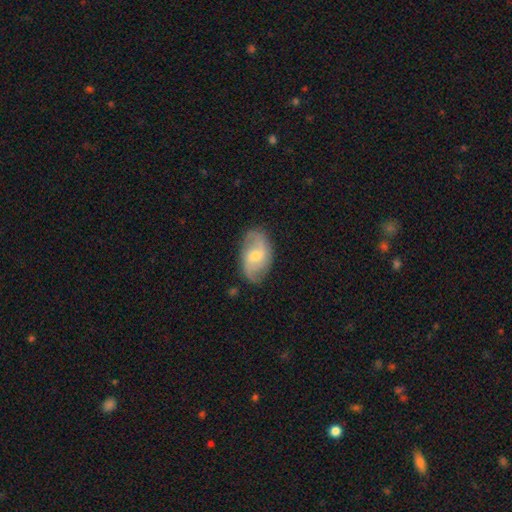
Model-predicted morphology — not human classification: This is likely a featured or disk galaxy (73%). It is clearly not viewed edge-on (95%). Bar: possibly weak (46%). Spiral arm pattern: clearly yes (91%). Spiral arm count: clearly 2 (83%). Spiral winding: marginally medium (42%). Central bulge: possibly moderate (57%). Merging: likely none (79%).